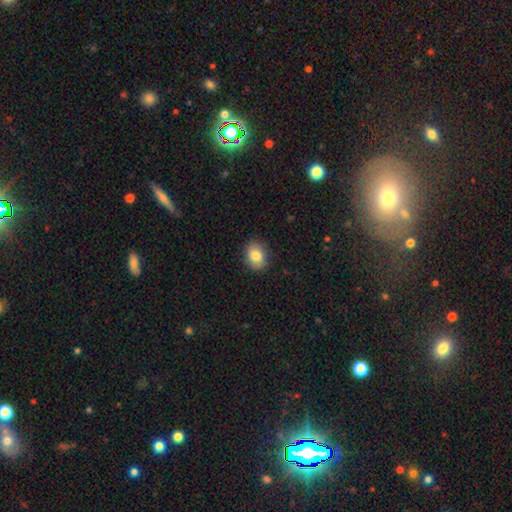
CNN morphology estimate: smooth 82%, featured or disk 10%, star or artifact 9%. Down the decision tree: how rounded — in between (58%); merging — none (88%).